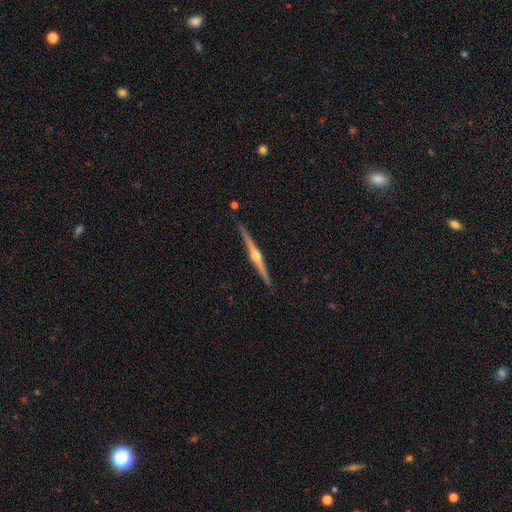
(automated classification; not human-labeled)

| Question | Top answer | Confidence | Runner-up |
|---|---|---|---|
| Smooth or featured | featured or disk | 83% | smooth (12%) |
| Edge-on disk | yes | 98% | no (2%) |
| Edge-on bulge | rounded | 94% | none (3%) |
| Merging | none | 90% | minor disturbance (7%) |